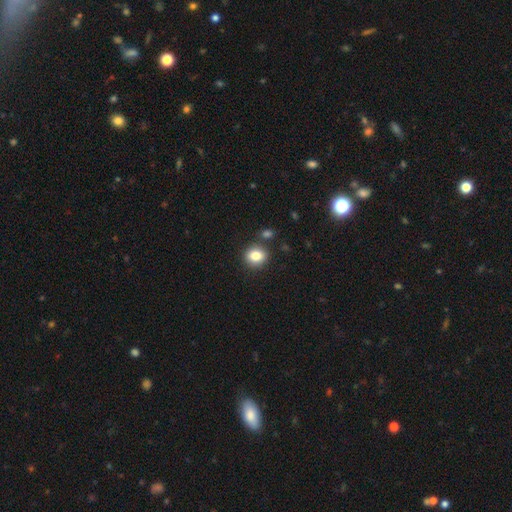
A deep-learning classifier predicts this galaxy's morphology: type=smooth (83%); roundness=round (70%); merging=none (81%).